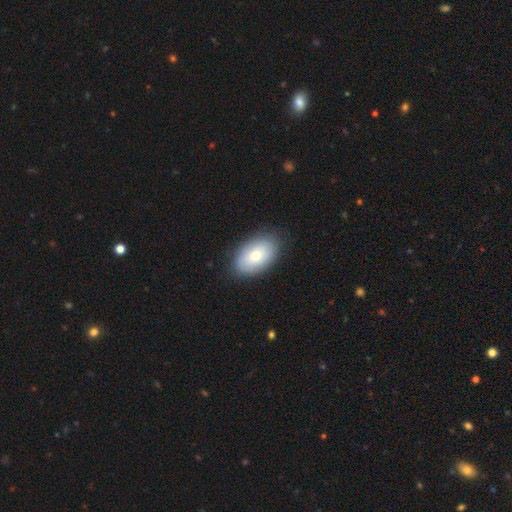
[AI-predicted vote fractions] The model was most divided on "smooth or featured": smooth: 72%, featured or disk: 21%, star or artifact: 7%. More confident: how rounded — in between (90%); merging — none (85%).